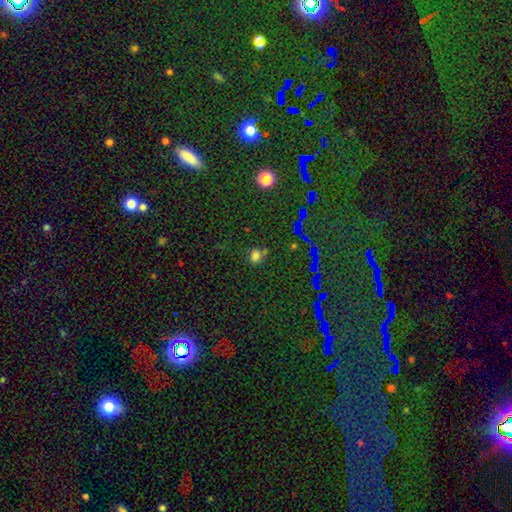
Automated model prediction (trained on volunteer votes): A smooth galaxy with no disk features (64%) that is round (60%). Merging: none (64%).